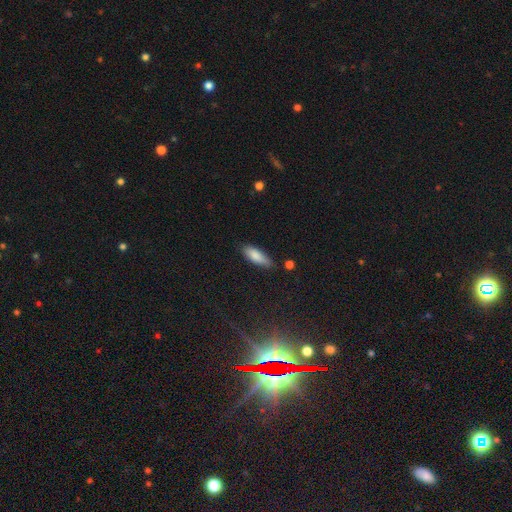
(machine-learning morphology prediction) type=smooth (83%); roundness=in between (63%); merging=none (76%).